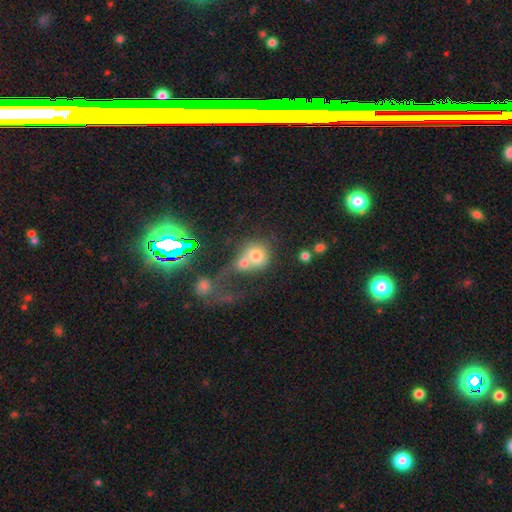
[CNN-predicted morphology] Q: Smooth or featured?
A: smooth (66%); runner-up: featured or disk (21%)
Q: How rounded?
A: round (78%); runner-up: in between (20%)
Q: Merging?
A: merger (63%); runner-up: none (21%)